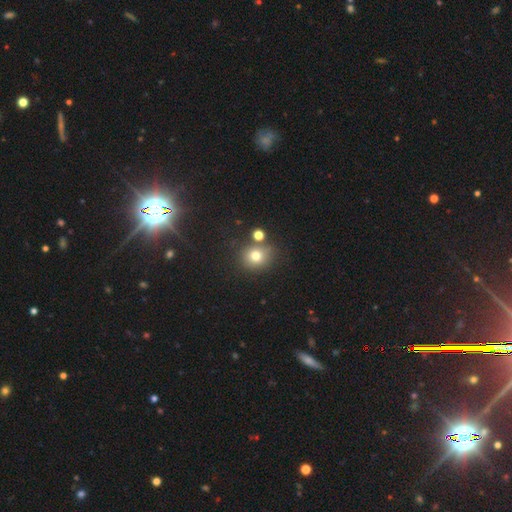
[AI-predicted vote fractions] A smooth galaxy with no disk features (75%) that is round (79%).

Vote fractions:
- Smooth or featured? smooth: 75% / star or artifact: 15% / featured or disk: 10%
- How rounded? round: 79% / in between: 20% / cigar-shaped: 1%
- Merging? none: 69% / merger: 15% / minor disturbance: 12% / major disturbance: 4%